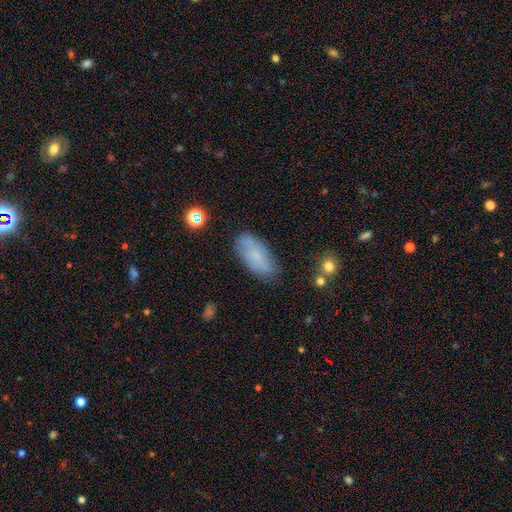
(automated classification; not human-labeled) A smooth galaxy with no disk features (68%) that is in between round and cigar-shaped (88%).

Vote fractions:
- Smooth or featured? smooth: 68% / featured or disk: 23% / star or artifact: 9%
- How rounded? in between: 88% / cigar-shaped: 9% / round: 3%
- Merging? none: 71% / minor disturbance: 21% / major disturbance: 5% / merger: 3%